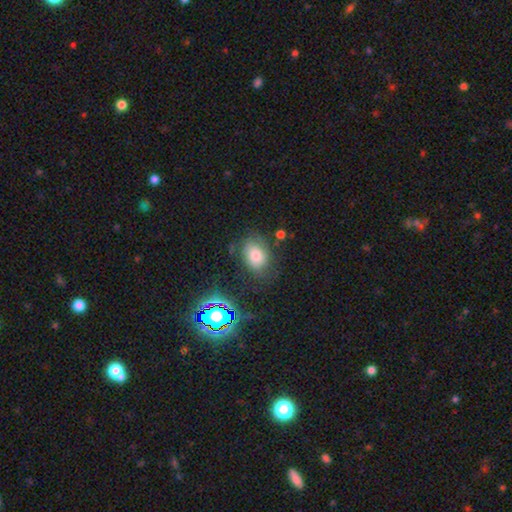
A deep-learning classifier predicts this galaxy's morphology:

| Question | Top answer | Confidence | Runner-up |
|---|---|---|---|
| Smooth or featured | smooth | 72% | star or artifact (15%) |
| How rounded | in between | 74% | round (24%) |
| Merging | none | 68% | minor disturbance (20%) |